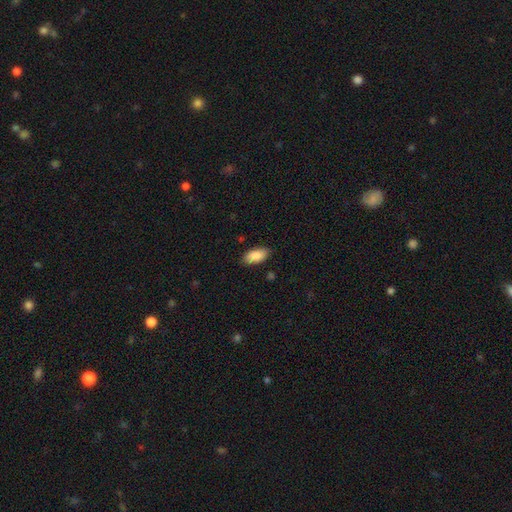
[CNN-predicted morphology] Smooth or featured? Predicted: smooth (p=0.89). How rounded? Predicted: in between (p=0.92). Merging? Predicted: none (p=0.85).